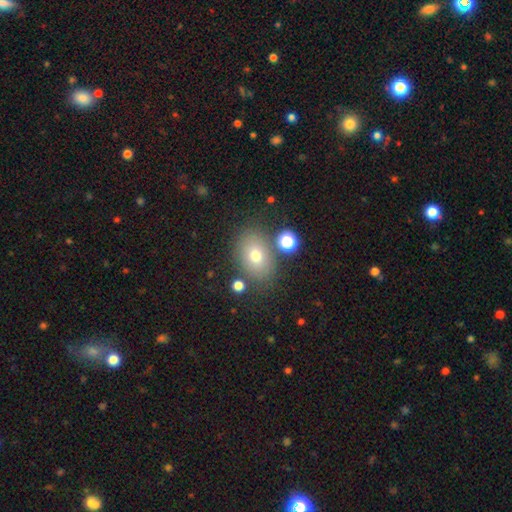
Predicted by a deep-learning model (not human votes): smooth_or_featured: smooth (p=0.71) [alt: featured or disk p=0.16]
how_rounded: in between (p=0.70) [alt: round p=0.29]
merging: none (p=0.76) [alt: minor disturbance p=0.13]